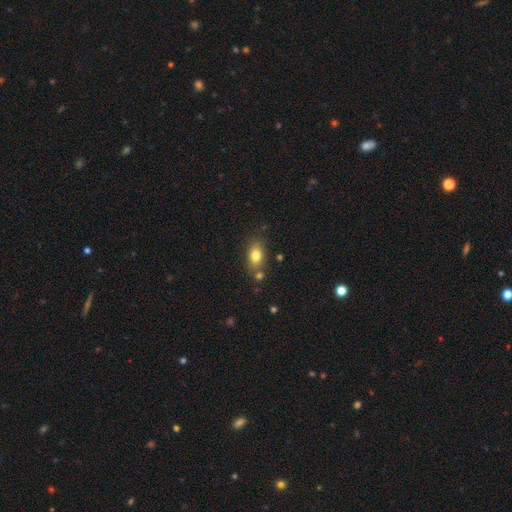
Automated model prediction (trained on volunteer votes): This is likely a smooth galaxy (79%). How rounded: clearly in between (81%). Merging: likely none (71%).